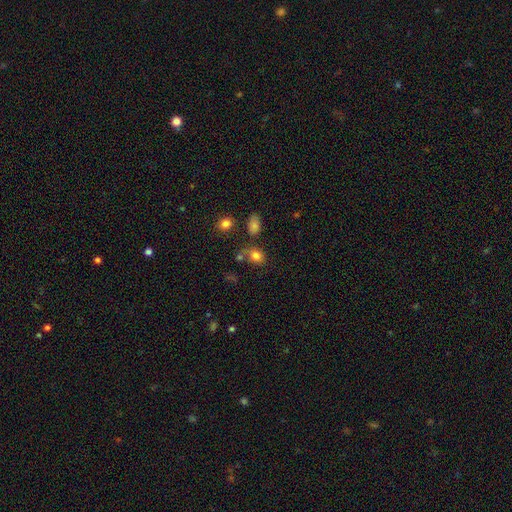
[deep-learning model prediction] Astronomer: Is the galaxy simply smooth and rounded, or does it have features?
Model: smooth — 80%.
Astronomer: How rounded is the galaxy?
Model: in between — 55% (runner-up: round, 44%).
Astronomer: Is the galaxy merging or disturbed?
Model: none — 56%.